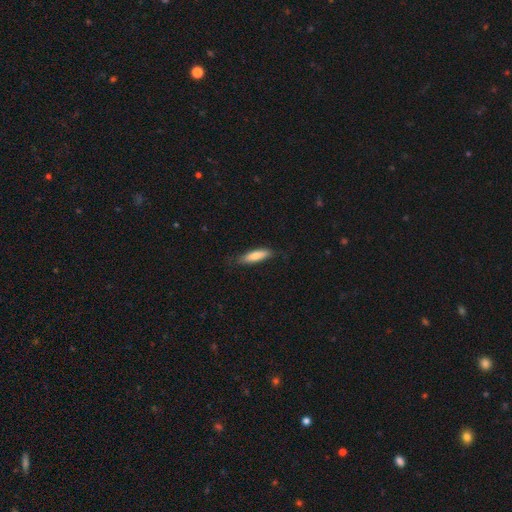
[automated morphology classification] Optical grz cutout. It shows a smooth galaxy with no disk features (77%) that is cigar-shaped (62%). Merging: none (79%).